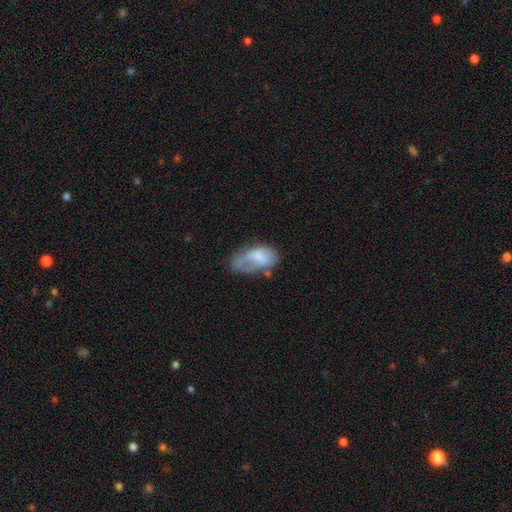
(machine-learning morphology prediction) Smooth or featured?
  - smooth: 54% *
  - featured or disk: 36%
  - star or artifact: 9%
How rounded?
  - in between: 91% *
  - round: 5%
  - cigar-shaped: 4%
Merging?
  - none: 37% *
  - minor disturbance: 32%
  - major disturbance: 25%
  - merger: 6%